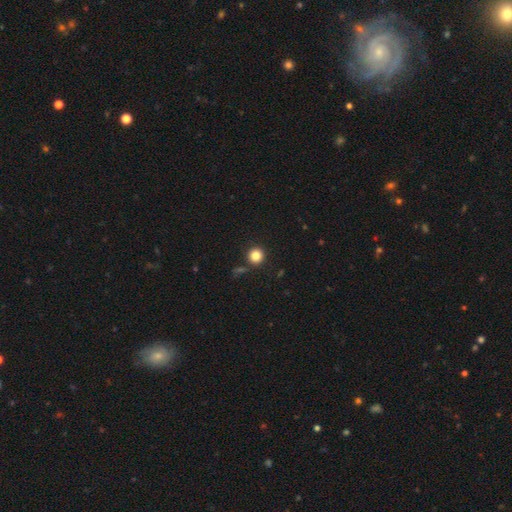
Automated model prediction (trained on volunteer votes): Smooth or featured: smooth — 84% (star or artifact — 11%)
How rounded: round — 94% (in between — 5%)
Merging: none — 86% (minor disturbance — 7%)